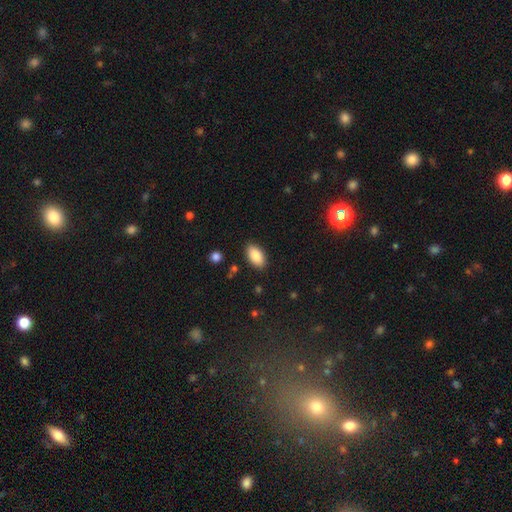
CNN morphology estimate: smooth 87%, star or artifact 7%, featured or disk 6%. Down the decision tree: how rounded — in between (94%); merging — none (87%).